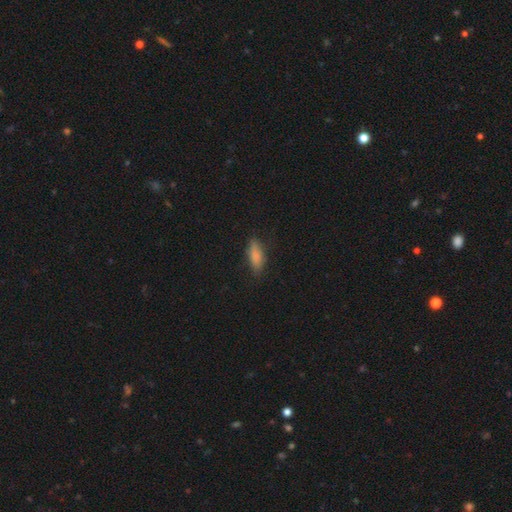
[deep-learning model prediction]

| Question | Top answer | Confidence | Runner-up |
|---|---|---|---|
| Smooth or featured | smooth | 80% | featured or disk (11%) |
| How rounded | in between | 70% | cigar-shaped (28%) |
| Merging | none | 76% | minor disturbance (19%) |